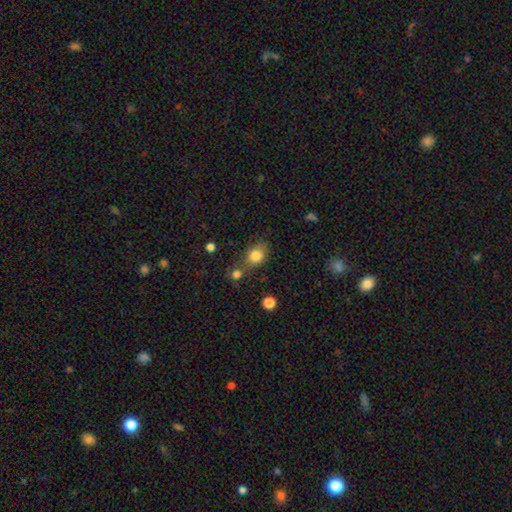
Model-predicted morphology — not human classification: Smooth or featured: smooth — 82% (star or artifact — 10%)
How rounded: in between — 55% (round — 43%)
Merging: none — 58% (merger — 18%)